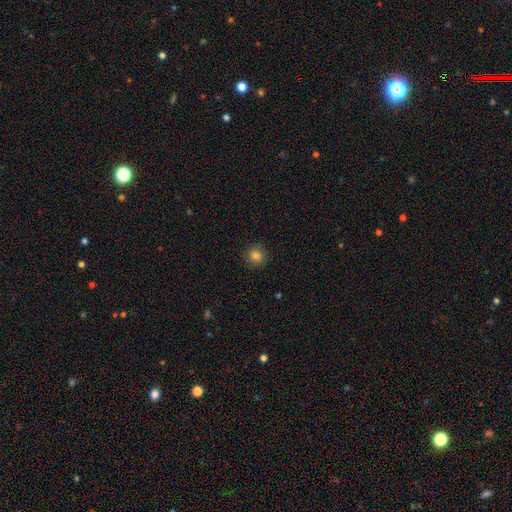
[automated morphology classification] This appears to be a smooth galaxy with no disk features (82%) that is round (92%). Merging: none (89%).